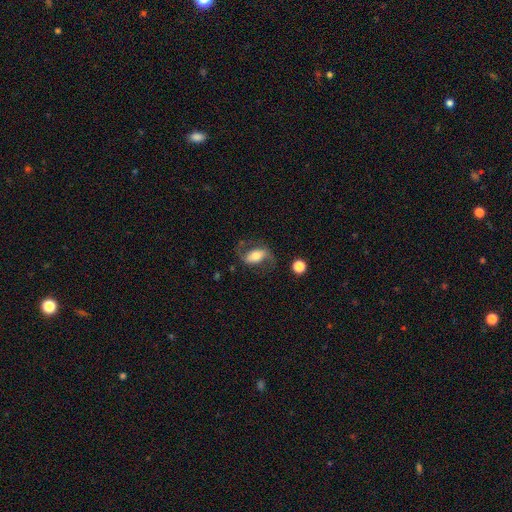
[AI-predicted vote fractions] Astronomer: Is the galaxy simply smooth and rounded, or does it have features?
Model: featured or disk — 58% (runner-up: smooth, 34%).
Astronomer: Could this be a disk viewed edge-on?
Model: no — 92%.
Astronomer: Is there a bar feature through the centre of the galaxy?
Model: strong — 37% (runner-up: no, 32%).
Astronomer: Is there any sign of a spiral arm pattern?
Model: yes — 83%.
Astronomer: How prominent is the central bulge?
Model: moderate — 52%.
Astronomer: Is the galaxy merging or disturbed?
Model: none — 62%.